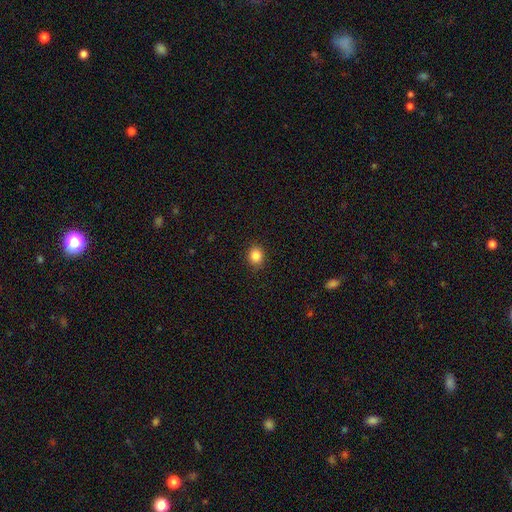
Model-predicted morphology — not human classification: The model was most divided on "how rounded": round: 68%, in between: 31%, cigar-shaped: 1%. More confident: merging — none (90%); smooth or featured — smooth (86%).